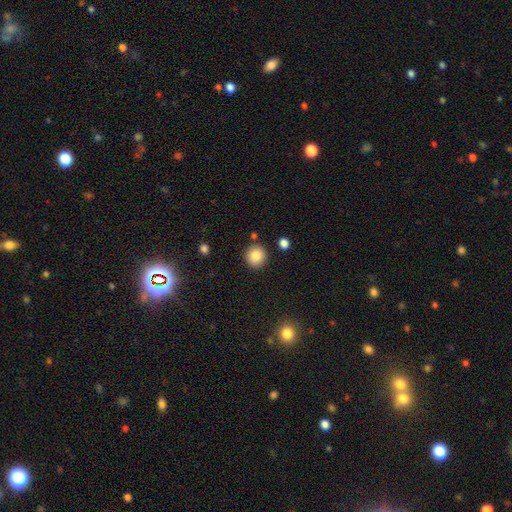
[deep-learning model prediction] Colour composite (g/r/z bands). It shows a smooth galaxy with no disk features (87%) that is round (91%). Merging: none (87%).